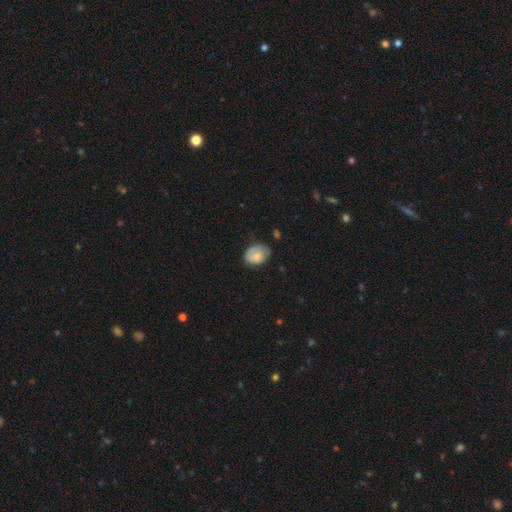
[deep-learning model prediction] Morphology: type=smooth (67%); roundness=in between (66%); merging=none (55%).